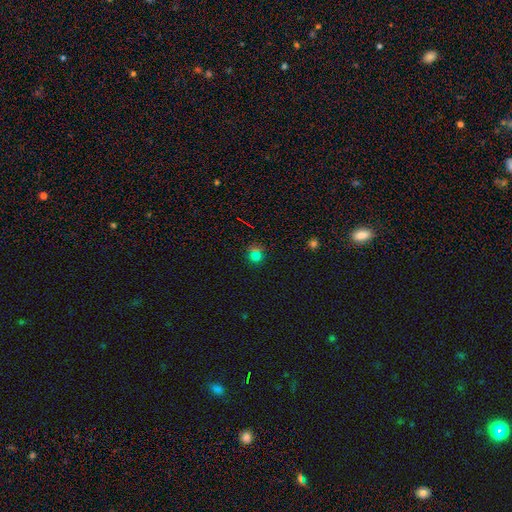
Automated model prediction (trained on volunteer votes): A smooth galaxy with no disk features (63%) that is round (88%).

Vote fractions:
- Smooth or featured? smooth: 63% / star or artifact: 29% / featured or disk: 8%
- How rounded? round: 88% / in between: 11% / cigar-shaped: 1%
- Merging? none: 72% / merger: 12% / minor disturbance: 11% / major disturbance: 5%